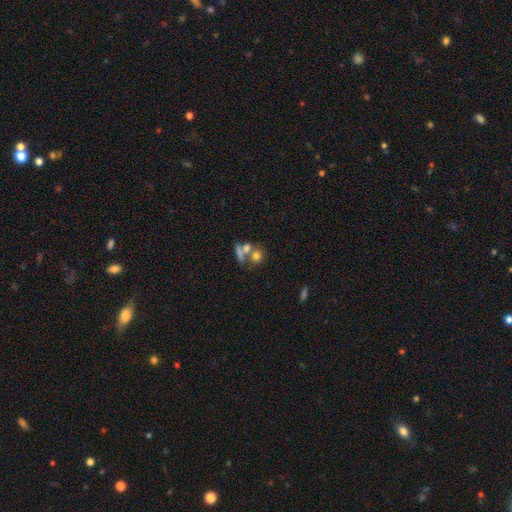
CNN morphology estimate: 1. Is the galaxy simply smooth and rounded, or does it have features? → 66% smooth, 20% featured or disk, 14% star or artifact.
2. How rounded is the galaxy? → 63% round, 33% in between, 3% cigar-shaped.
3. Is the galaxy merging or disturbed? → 48% merger, 37% none, 9% minor disturbance, 7% major disturbance.